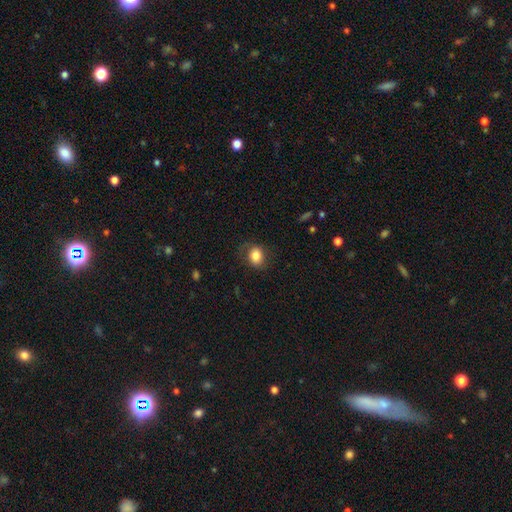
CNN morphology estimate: smooth_or_featured: smooth (p=0.83) [alt: star or artifact p=0.09]
how_rounded: in between (p=0.53) [alt: round p=0.46]
merging: none (p=0.74) [alt: minor disturbance p=0.18]